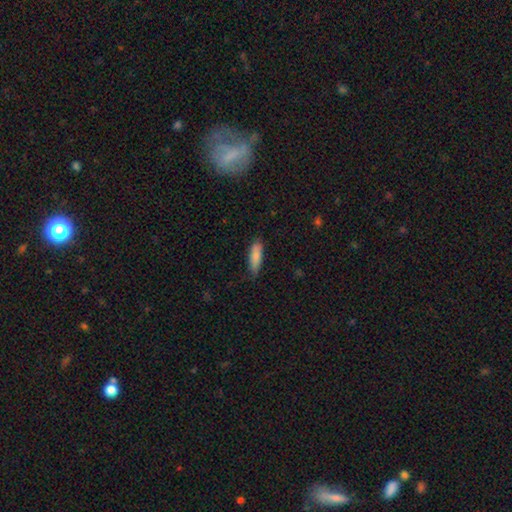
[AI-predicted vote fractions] Smooth or featured: smooth — 84% (featured or disk — 9%)
How rounded: cigar-shaped — 54% (in between — 45%)
Merging: none — 76% (minor disturbance — 20%)